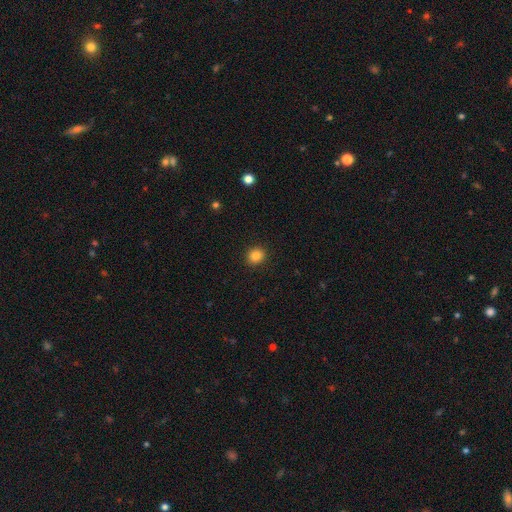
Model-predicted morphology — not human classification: A smooth galaxy with no disk features (85%) that is round (75%). Merging: none (91%).